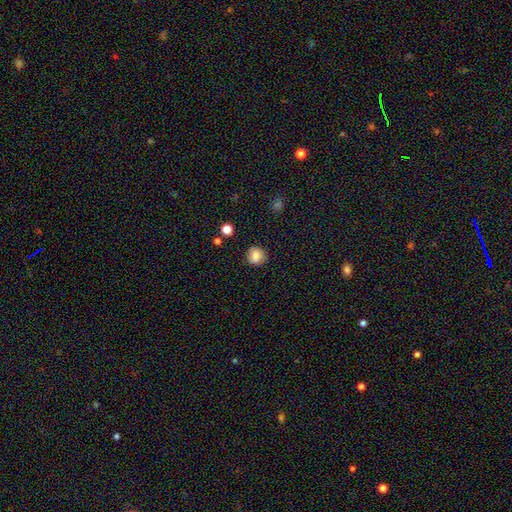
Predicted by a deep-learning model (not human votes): Smooth or featured? Predicted: smooth (p=0.82). How rounded? Predicted: round (p=0.89). Merging? Predicted: none (p=0.86).